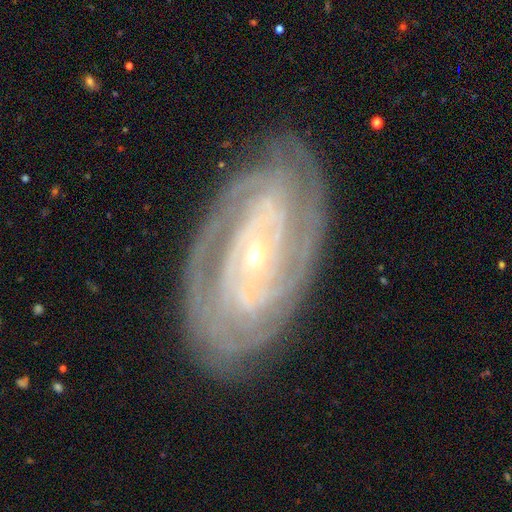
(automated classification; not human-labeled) Smooth or featured: featured or disk — 89% (smooth — 6%)
Edge-on disk: no — 95% (yes — 5%)
Bar: no — 53% (weak — 30%)
Spiral arms: yes — 97% (no — 3%)
Spiral winding: tight — 75% (medium — 21%)
Spiral arm count: 2 — 25% (tied with can't tell — 25%)
Bulge size: small — 78% (moderate — 18%)
Merging: none — 79% (minor disturbance — 15%)